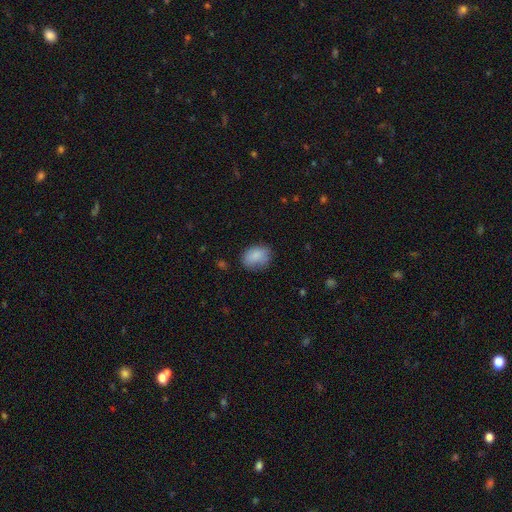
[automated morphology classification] A smooth galaxy with no disk features (86%) that is in between round and cigar-shaped (63%). Merging: none (71%).